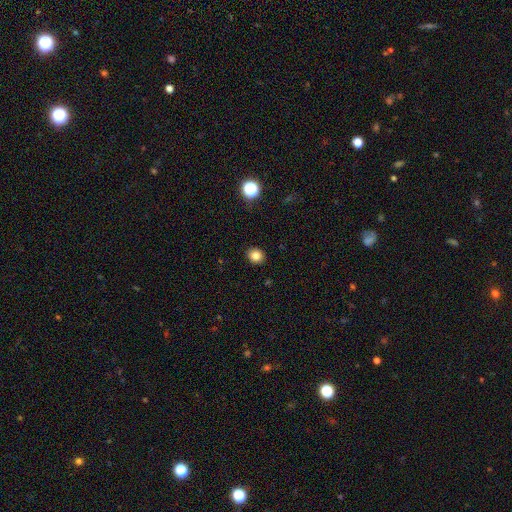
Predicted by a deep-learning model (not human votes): This is clearly a smooth galaxy (82%). How rounded: likely round (76%). Merging: clearly none (91%).